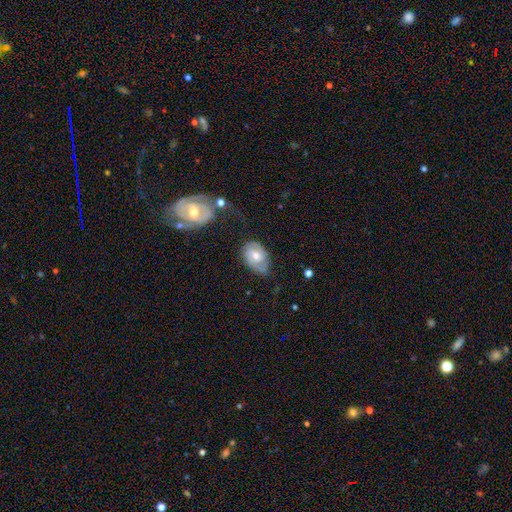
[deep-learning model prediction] smooth_or_featured: featured or disk (p=0.58) [alt: smooth p=0.35]
disk_edge_on: no (p=0.95) [alt: yes p=0.05]
bar: weak (p=0.45) [tied with: no p=0.45]
has_spiral_arms: yes (p=0.83) [alt: no p=0.17]
bulge_size: moderate (p=0.65) [alt: small p=0.28]
merging: none (p=0.60) [alt: minor disturbance p=0.29]